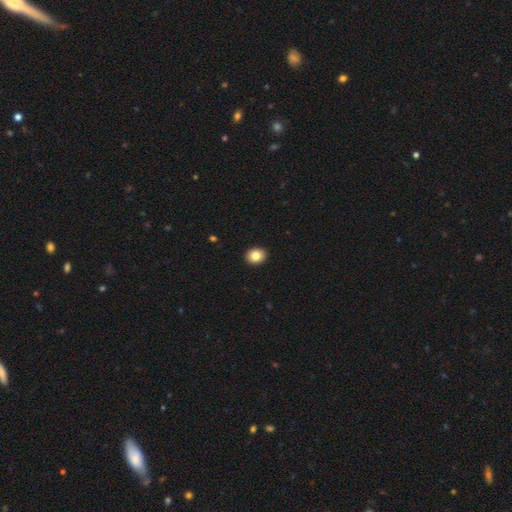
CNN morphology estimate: This appears to be a smooth galaxy with no disk features (84%) that is round (54%). Merging: none (92%).